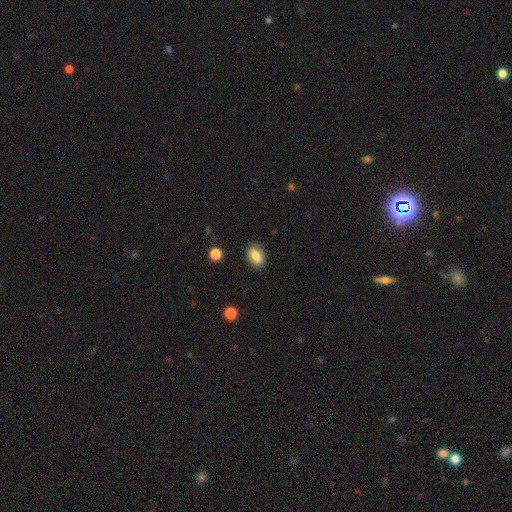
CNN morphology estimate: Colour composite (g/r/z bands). It shows a smooth galaxy with no disk features (83%) that is in between round and cigar-shaped (86%). Merging: none (86%).